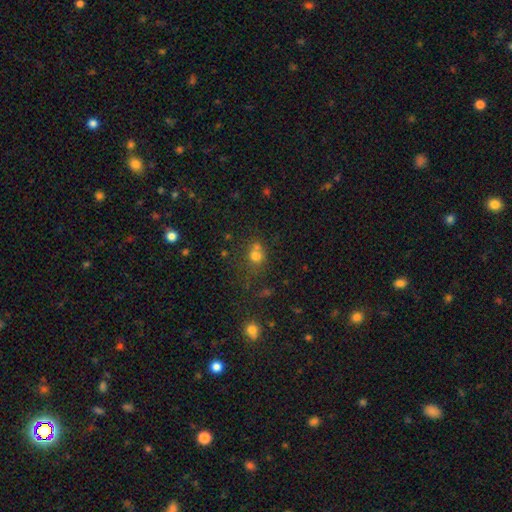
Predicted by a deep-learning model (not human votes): A smooth galaxy with no disk features (70%) that is round (80%). Merging: none (48%).